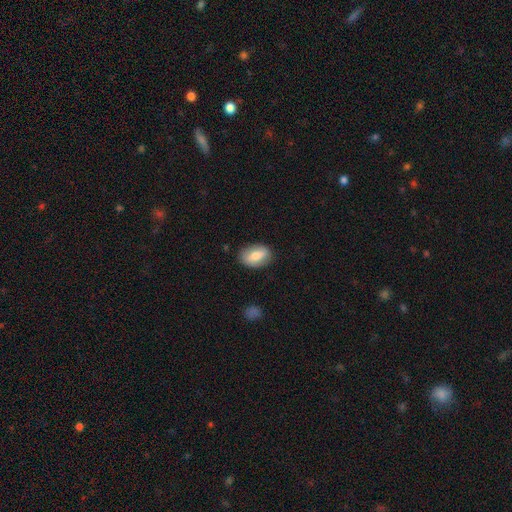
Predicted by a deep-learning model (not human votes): Overall: smooth (70%). How rounded: in between (87%). Merging: none (83%).